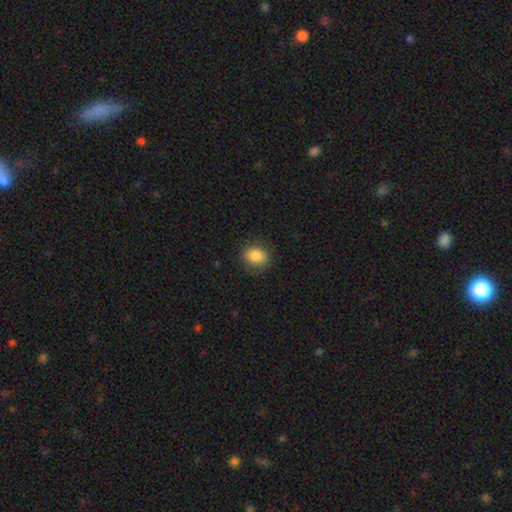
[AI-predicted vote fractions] A smooth galaxy with no disk features (86%) that is round (54%). Merging: none (82%).